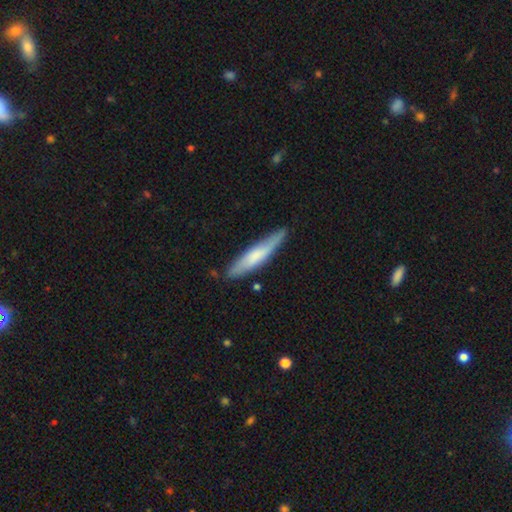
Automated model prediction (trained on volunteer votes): Smooth or featured? Predicted: smooth (p=0.60). How rounded? Predicted: cigar-shaped (p=0.87). Merging? Predicted: none (p=0.79).